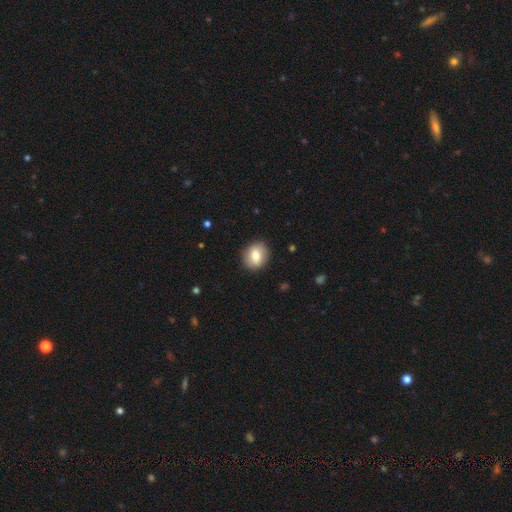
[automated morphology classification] smooth 78%, featured or disk 15%, star or artifact 8%. Down the decision tree: how rounded — round (64%); merging — none (89%).